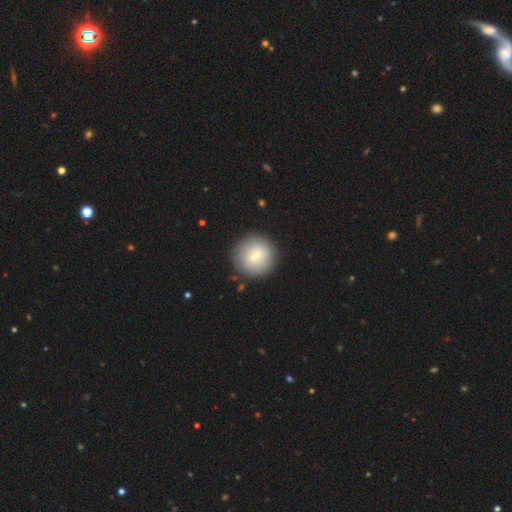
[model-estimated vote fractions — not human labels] A smooth galaxy with no disk features (60%) that is round (93%). Merging: none (86%).